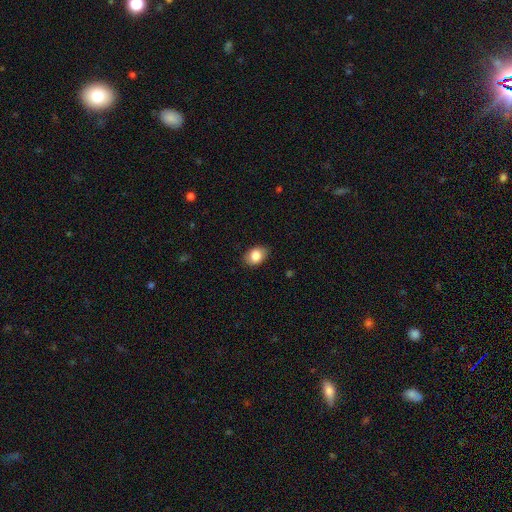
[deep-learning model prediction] Smooth or featured? smooth (84%)
How rounded? in between (71%)
Merging? none (84%)